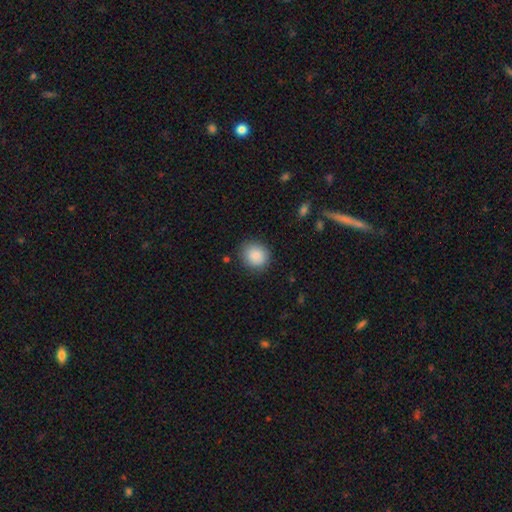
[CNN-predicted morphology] Smooth or featured? Predicted: smooth (p=0.89). How rounded? Predicted: round (p=0.79). Merging? Predicted: none (p=0.86).